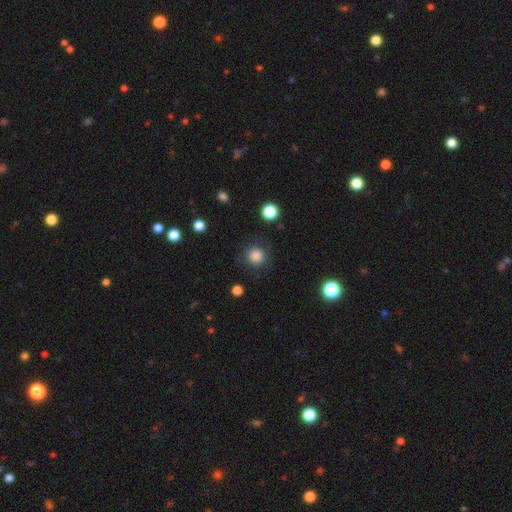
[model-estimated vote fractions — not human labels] Smooth or featured?
  - smooth: 84% *
  - star or artifact: 11%
  - featured or disk: 5%
How rounded?
  - round: 93% *
  - in between: 6%
  - cigar-shaped: 1%
Merging?
  - none: 85% *
  - minor disturbance: 9%
  - major disturbance: 4%
  - merger: 1%